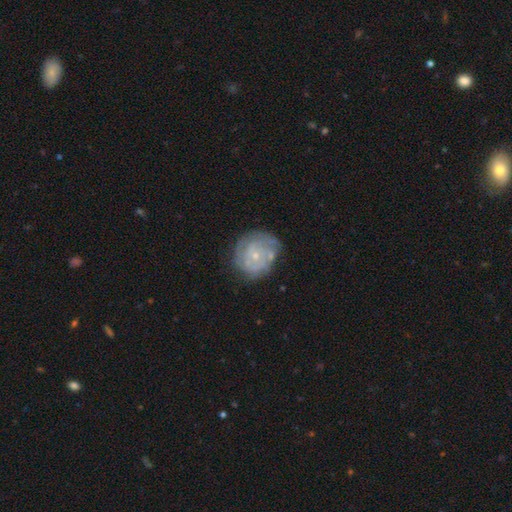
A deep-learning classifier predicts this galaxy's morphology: The model was most divided on "spiral arm count": can't tell: 49%, 2: 17%, 3: 16%, 4: 9%, 1: 5%, more than 4: 5%. More confident: edge-on disk — no (98%); spiral arms — yes (81%); bar — no (80%); bulge size — small (78%); smooth or featured — featured or disk (72%); spiral winding — tight (70%); merging — none (64%).